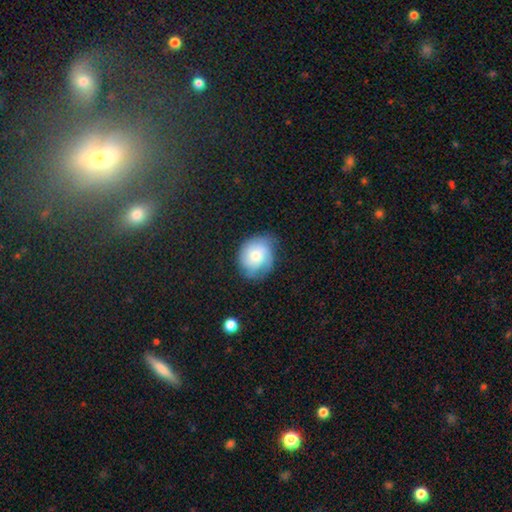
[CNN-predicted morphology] This is possibly a smooth galaxy (49%). Merging: likely none (64%).